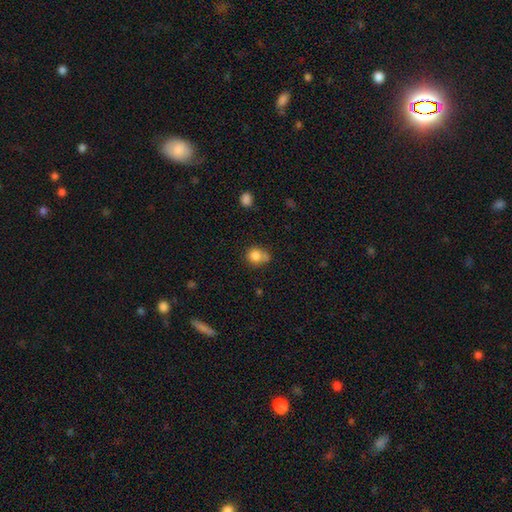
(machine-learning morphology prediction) A smooth galaxy with no disk features (81%) that is round (78%).

Vote fractions:
- Smooth or featured? smooth: 81% / star or artifact: 11% / featured or disk: 8%
- How rounded? round: 78% / in between: 21% / cigar-shaped: 1%
- Merging? none: 49% / merger: 25% / minor disturbance: 19% / major disturbance: 7%